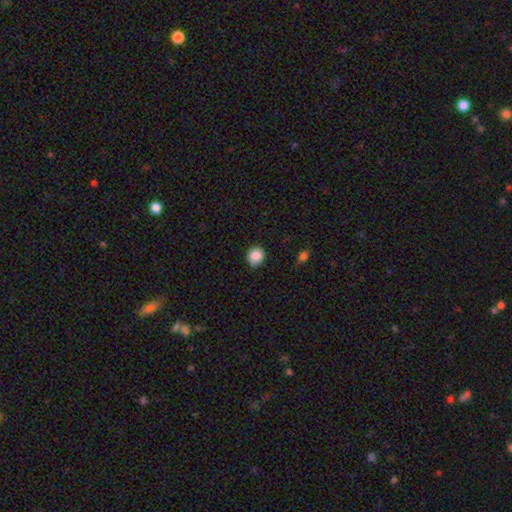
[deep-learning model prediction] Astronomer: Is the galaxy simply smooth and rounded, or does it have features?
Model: smooth — 88%.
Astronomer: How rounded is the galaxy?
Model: round — 79%.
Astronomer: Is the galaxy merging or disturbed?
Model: none — 83%.